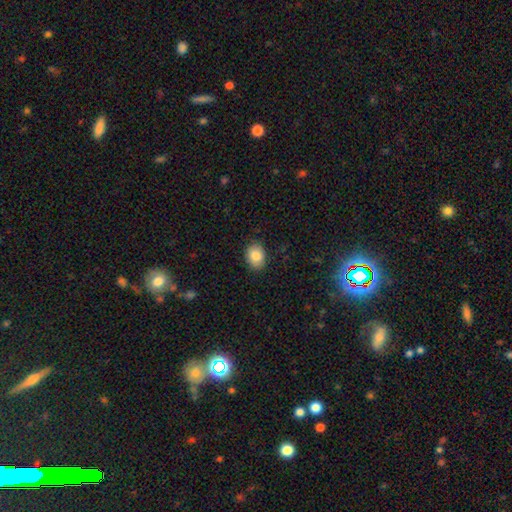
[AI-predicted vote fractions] smooth_or_featured: smooth (p=0.85) [alt: star or artifact p=0.08]
how_rounded: in between (p=0.68) [alt: round p=0.31]
merging: none (p=0.86) [alt: minor disturbance p=0.11]